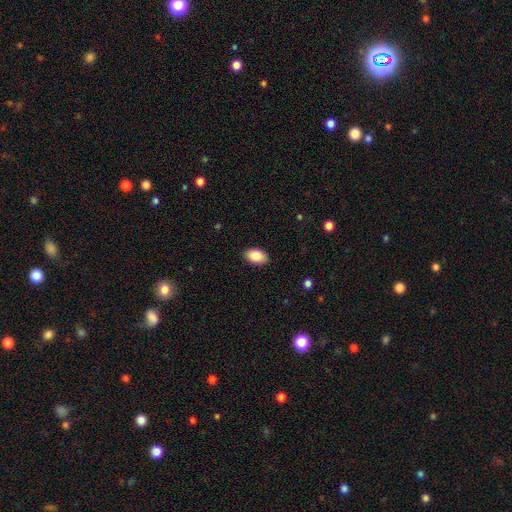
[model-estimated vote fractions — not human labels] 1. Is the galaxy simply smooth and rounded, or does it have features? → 86% smooth, 7% star or artifact, 7% featured or disk.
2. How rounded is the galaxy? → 91% in between, 8% round, 1% cigar-shaped.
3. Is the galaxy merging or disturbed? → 89% none, 8% minor disturbance, 2% major disturbance, 1% merger.